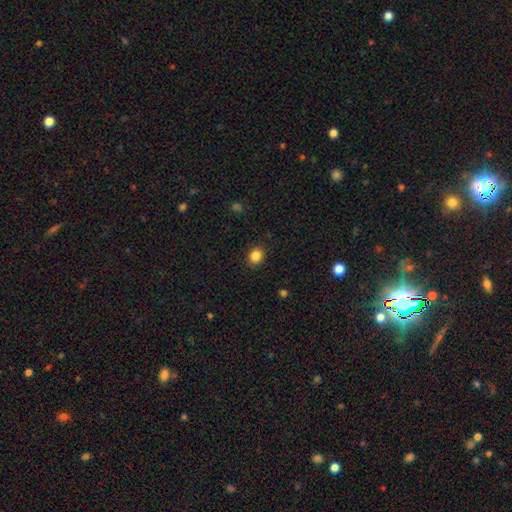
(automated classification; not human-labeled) A smooth galaxy with no disk features (85%) that is round (63%). Merging: none (89%).